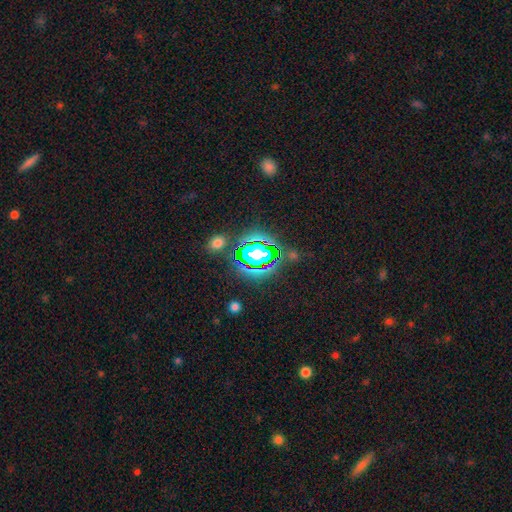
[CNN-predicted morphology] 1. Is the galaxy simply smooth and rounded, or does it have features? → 60% star or artifact, 27% smooth, 13% featured or disk.